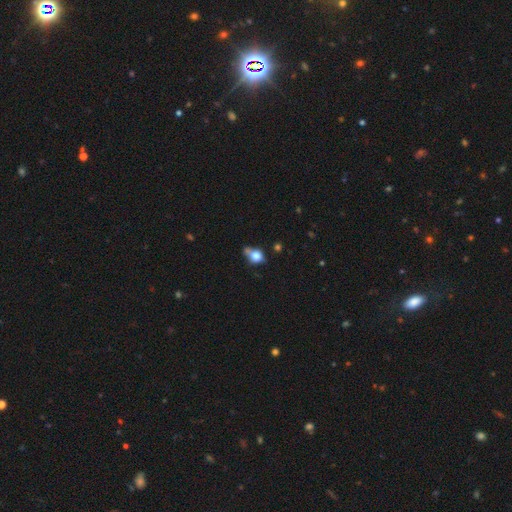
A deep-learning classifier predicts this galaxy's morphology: smooth 73%, featured or disk 16%, star or artifact 11%. Down the decision tree: how rounded — round (53%); merging — none (38%).